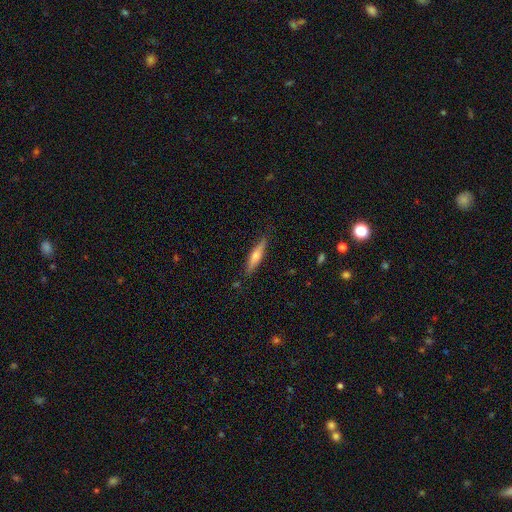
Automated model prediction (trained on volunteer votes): smooth 54%, featured or disk 40%, star or artifact 6%. Down the decision tree: how rounded — cigar-shaped (83%); merging — none (86%).